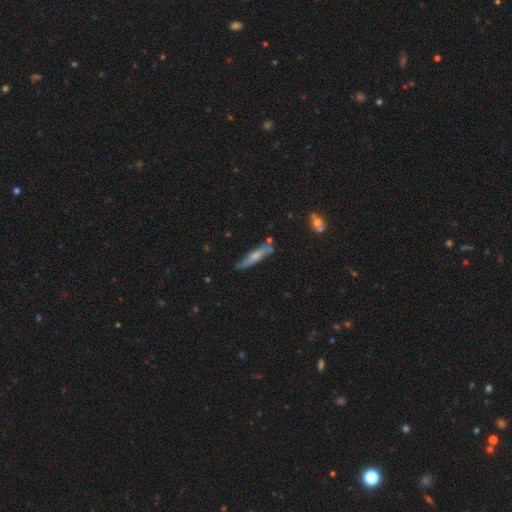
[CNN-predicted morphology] smooth_or_featured: smooth (p=0.52) [alt: featured or disk p=0.41]
how_rounded: cigar-shaped (p=0.88) [alt: in between p=0.11]
merging: none (p=0.73) [alt: minor disturbance p=0.19]